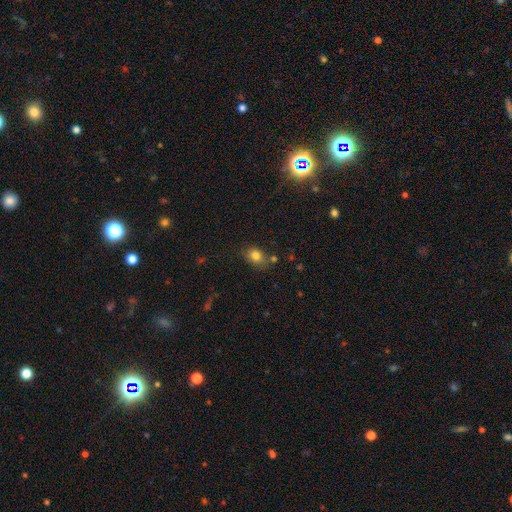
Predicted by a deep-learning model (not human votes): Smooth or featured?
  - smooth: 81% *
  - star or artifact: 11%
  - featured or disk: 8%
How rounded?
  - in between: 54% *
  - round: 45%
  - cigar-shaped: 1%
Merging?
  - none: 73% *
  - minor disturbance: 17%
  - merger: 7%
  - major disturbance: 4%